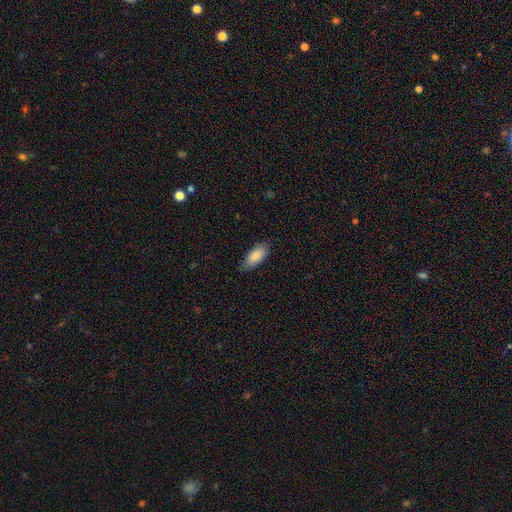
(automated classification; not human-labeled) This is clearly a smooth galaxy (87%). How rounded: clearly in between (86%). Merging: likely none (77%).